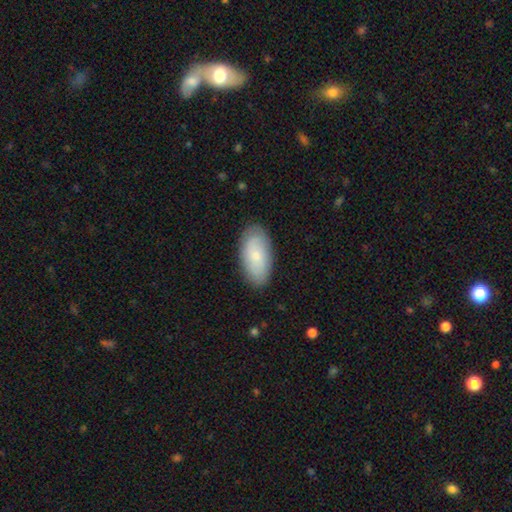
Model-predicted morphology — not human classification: smooth 69%, featured or disk 25%, star or artifact 6%. Down the decision tree: how rounded — in between (93%); merging — none (85%).